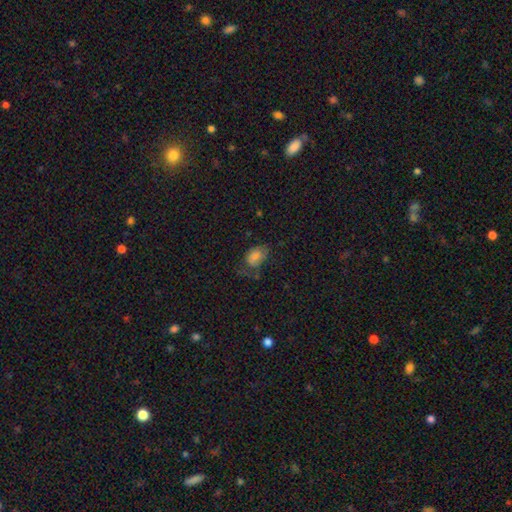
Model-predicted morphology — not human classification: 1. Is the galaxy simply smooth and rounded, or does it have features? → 73% smooth, 15% featured or disk, 12% star or artifact.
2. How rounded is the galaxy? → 83% in between, 15% round, 1% cigar-shaped.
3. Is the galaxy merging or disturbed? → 36% none, 30% minor disturbance, 29% major disturbance, 4% merger.